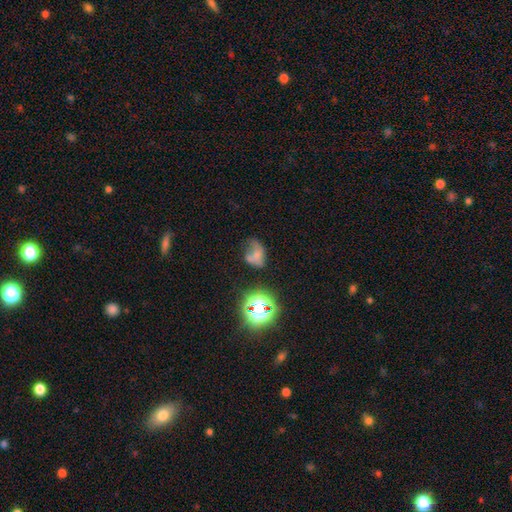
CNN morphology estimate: This is possibly a smooth galaxy (51%). How rounded: likely in between (70%). Merging: marginally major disturbance (31%).